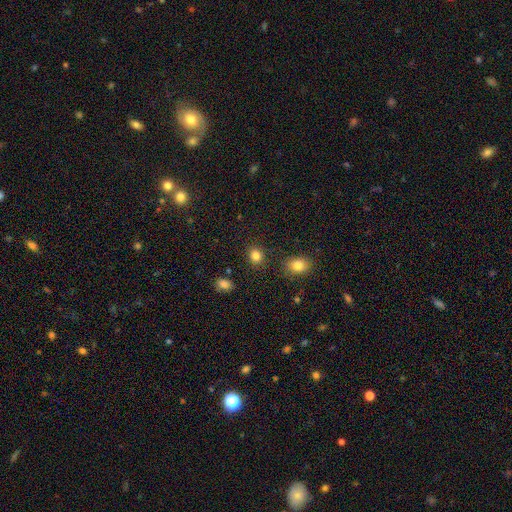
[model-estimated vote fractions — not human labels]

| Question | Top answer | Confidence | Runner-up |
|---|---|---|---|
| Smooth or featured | smooth | 84% | star or artifact (12%) |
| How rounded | round | 72% | in between (27%) |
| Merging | none | 87% | minor disturbance (8%) |